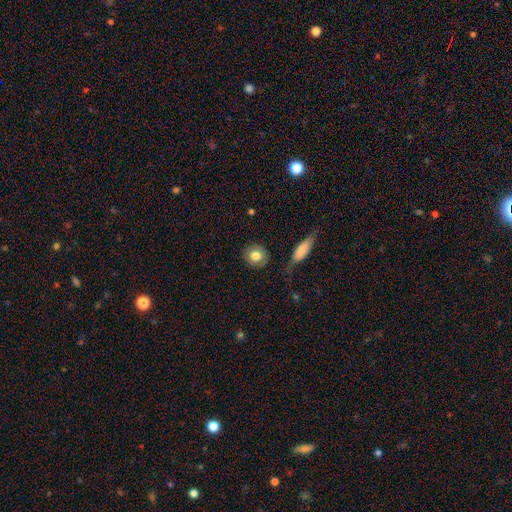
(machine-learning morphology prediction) A smooth galaxy with no disk features (77%) that is round (76%).

Vote fractions:
- Smooth or featured? smooth: 77% / featured or disk: 16% / star or artifact: 7%
- How rounded? round: 76% / in between: 22% / cigar-shaped: 2%
- Merging? none: 83% / minor disturbance: 11% / major disturbance: 4% / merger: 3%